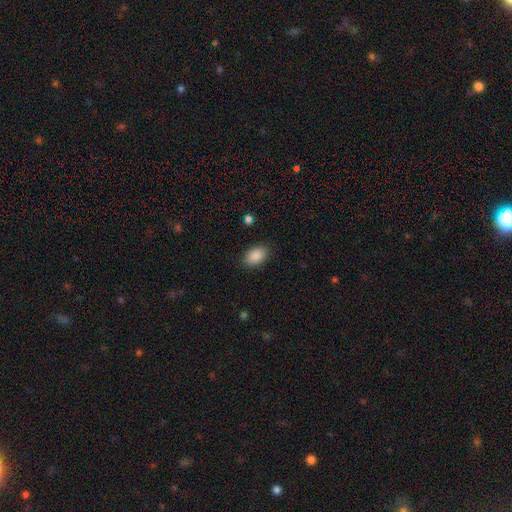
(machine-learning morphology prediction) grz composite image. It shows a smooth galaxy with no disk features (89%) that is in between round and cigar-shaped (91%). Merging: none (87%).